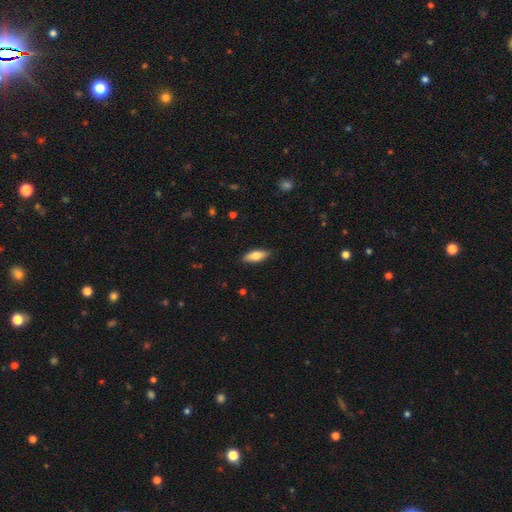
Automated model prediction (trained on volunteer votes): smooth-or-featured: smooth: 78% | featured or disk: 16% | star or artifact: 6%
  how-rounded: in between: 73% | cigar-shaped: 25% | round: 2%
  merging: none: 88% | minor disturbance: 9% | major disturbance: 2% | merger: 1%